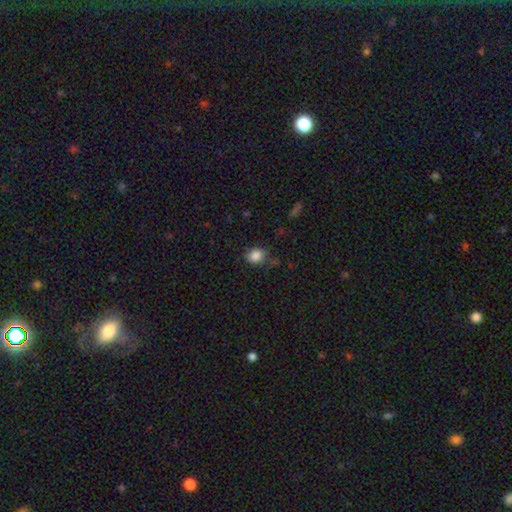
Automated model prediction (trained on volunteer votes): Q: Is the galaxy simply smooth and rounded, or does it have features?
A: smooth — 85%.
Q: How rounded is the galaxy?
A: round — 60%.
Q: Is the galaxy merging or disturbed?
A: none — 70%.